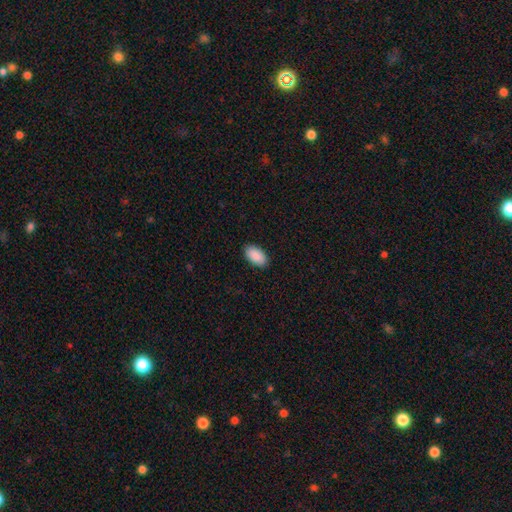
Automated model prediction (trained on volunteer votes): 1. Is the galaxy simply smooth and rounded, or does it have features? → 91% smooth, 6% star or artifact, 3% featured or disk.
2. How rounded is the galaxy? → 96% in between, 3% round, 2% cigar-shaped.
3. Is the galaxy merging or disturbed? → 90% none, 7% minor disturbance, 2% major disturbance, 1% merger.